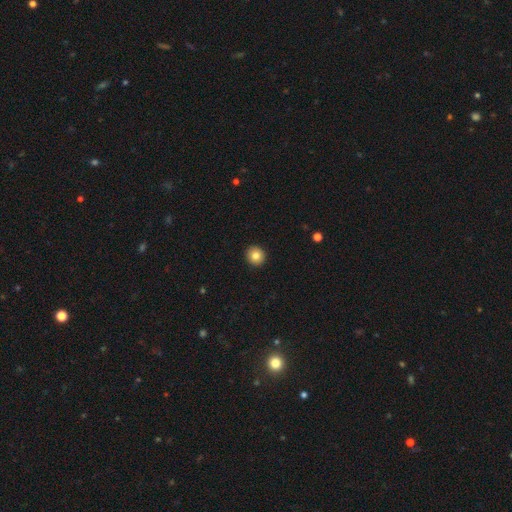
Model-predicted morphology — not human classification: Smooth or featured? smooth (83%)
How rounded? round (92%)
Merging? none (93%)